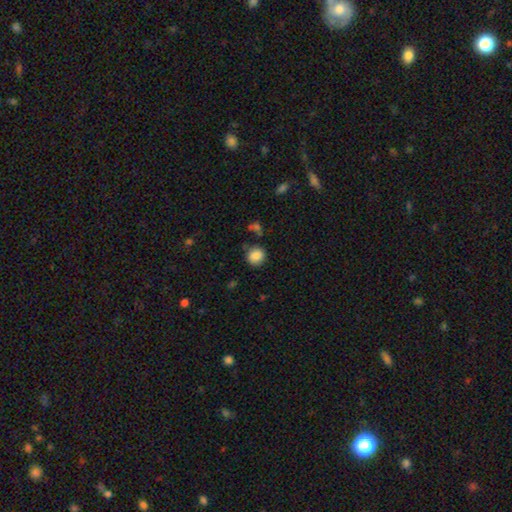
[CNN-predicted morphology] Q: Smooth or featured?
A: smooth (87%); runner-up: star or artifact (9%)
Q: How rounded?
A: round (83%); runner-up: in between (16%)
Q: Merging?
A: none (80%); runner-up: minor disturbance (12%)